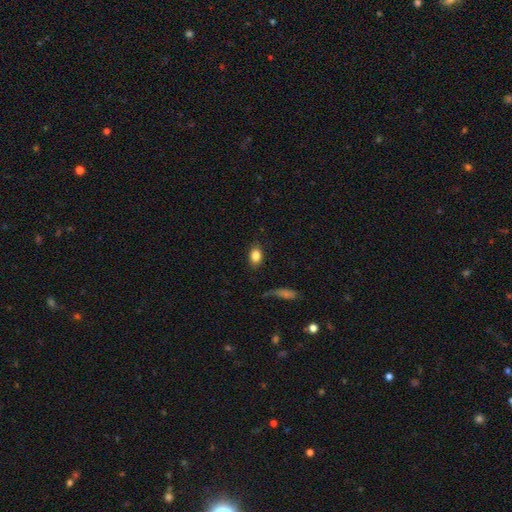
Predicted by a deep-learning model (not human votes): smooth 84%, star or artifact 8%, featured or disk 8%. Down the decision tree: how rounded — in between (80%); merging — none (83%).